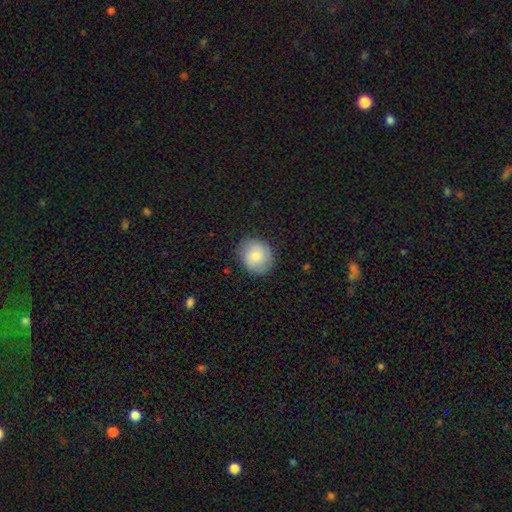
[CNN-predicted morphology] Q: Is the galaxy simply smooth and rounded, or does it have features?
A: smooth — 82%.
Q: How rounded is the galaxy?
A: round — 79%.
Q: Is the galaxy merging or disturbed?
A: none — 84%.